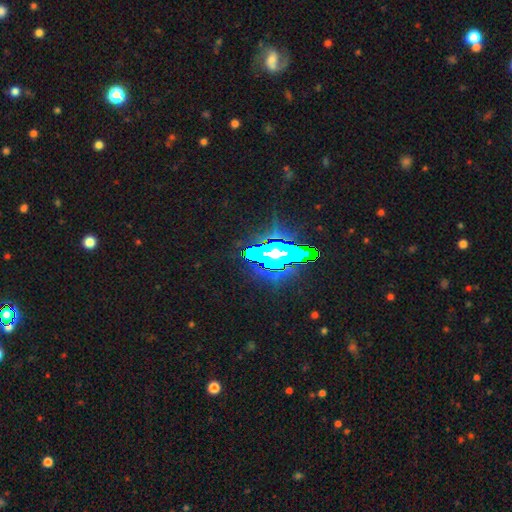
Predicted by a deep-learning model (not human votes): Q: Smooth or featured?
A: star or artifact (65%); runner-up: featured or disk (19%)